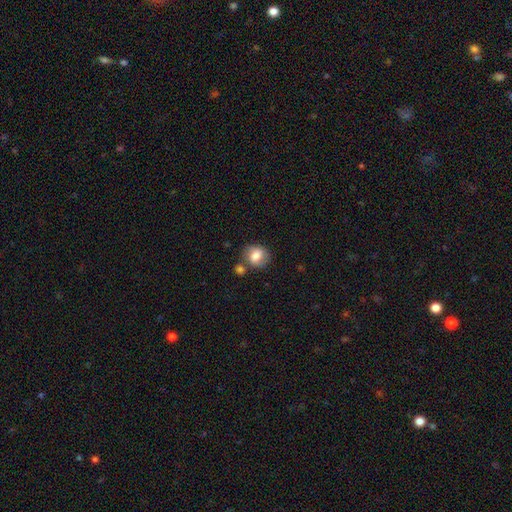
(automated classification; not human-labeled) Smooth or featured?
  - smooth: 74% *
  - featured or disk: 18%
  - star or artifact: 8%
How rounded?
  - round: 67% *
  - in between: 32%
  - cigar-shaped: 1%
Merging?
  - none: 63% *
  - minor disturbance: 17%
  - merger: 16%
  - major disturbance: 5%